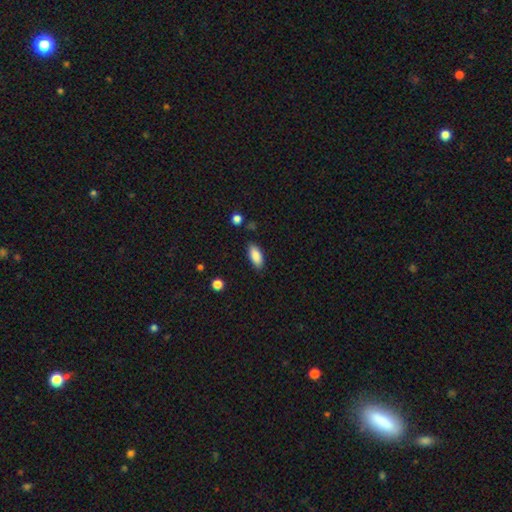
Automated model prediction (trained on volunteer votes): Smooth or featured?
  - smooth: 87% *
  - star or artifact: 7%
  - featured or disk: 7%
How rounded?
  - in between: 85% *
  - cigar-shaped: 13%
  - round: 2%
Merging?
  - none: 84% *
  - minor disturbance: 11%
  - major disturbance: 2%
  - merger: 2%